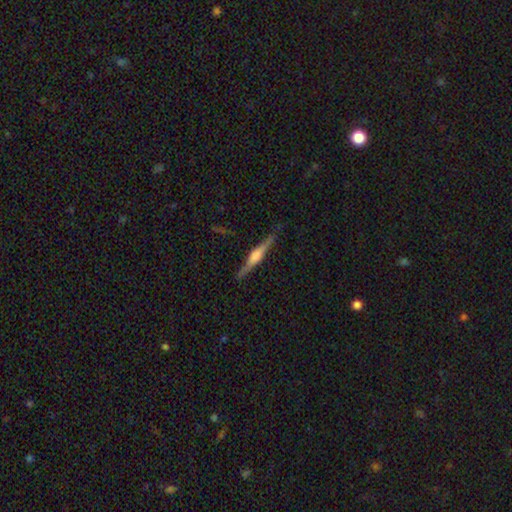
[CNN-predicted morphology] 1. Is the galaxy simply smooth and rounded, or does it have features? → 76% featured or disk, 19% smooth, 6% star or artifact.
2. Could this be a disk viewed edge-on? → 98% yes, 2% no.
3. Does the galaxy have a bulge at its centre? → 72% rounded, 22% boxy, 6% none.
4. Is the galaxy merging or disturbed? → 87% none, 9% minor disturbance, 2% major disturbance, 1% merger.